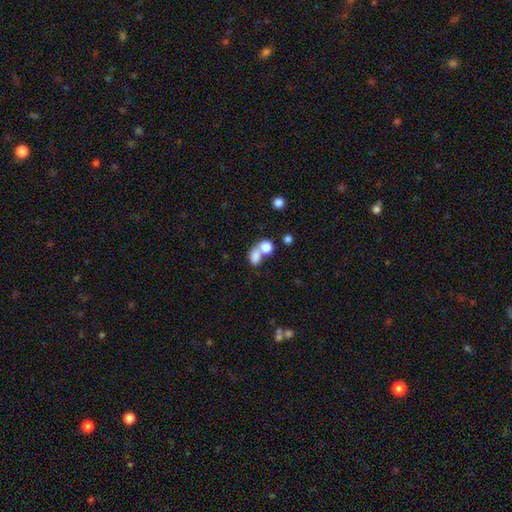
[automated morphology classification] Smooth or featured? smooth (79%)
How rounded? in between (57%)
Merging? merger (57%)